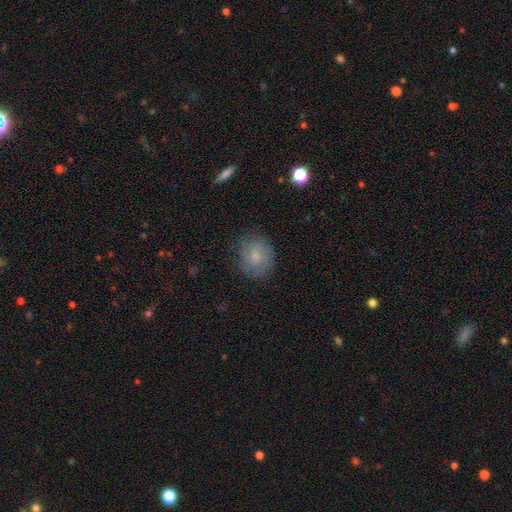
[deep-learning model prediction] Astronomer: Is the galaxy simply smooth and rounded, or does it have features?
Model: smooth — 65%.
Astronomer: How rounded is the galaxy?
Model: round — 69%.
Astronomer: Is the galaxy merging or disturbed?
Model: none — 77%.